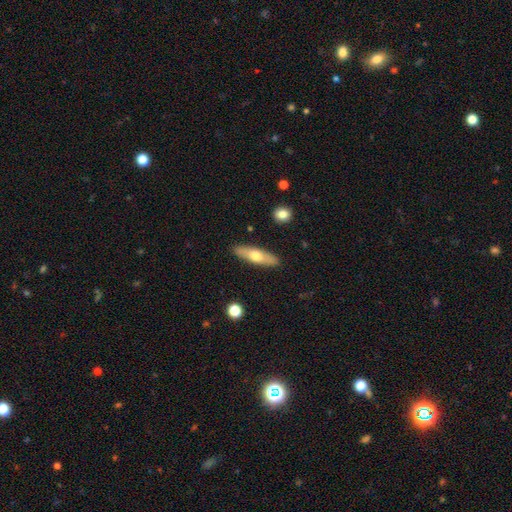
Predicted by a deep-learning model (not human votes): smooth-or-featured: smooth: 58% | featured or disk: 36% | star or artifact: 5%
  how-rounded: cigar-shaped: 60% | in between: 38% | round: 2%
  merging: none: 88% | minor disturbance: 8% | major disturbance: 2% | merger: 2%